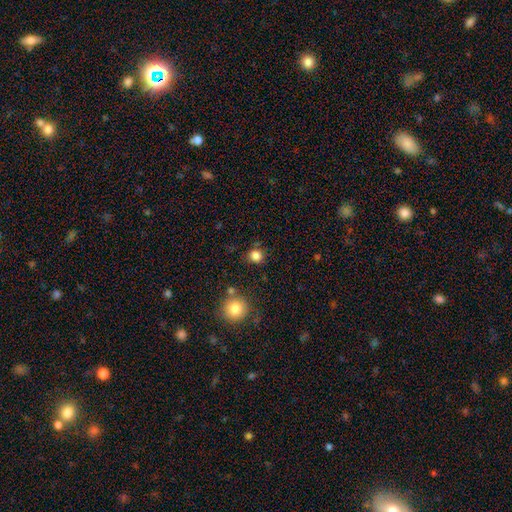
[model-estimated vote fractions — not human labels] smooth_or_featured: smooth (p=0.84) [alt: star or artifact p=0.12]
how_rounded: round (p=0.85) [alt: in between p=0.14]
merging: none (p=0.81) [alt: minor disturbance p=0.11]